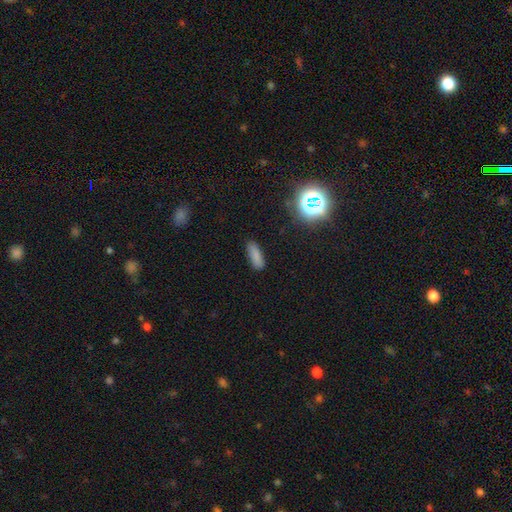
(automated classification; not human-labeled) This is clearly a smooth galaxy (82%). How rounded: possibly in between (55%). Merging: clearly none (84%).